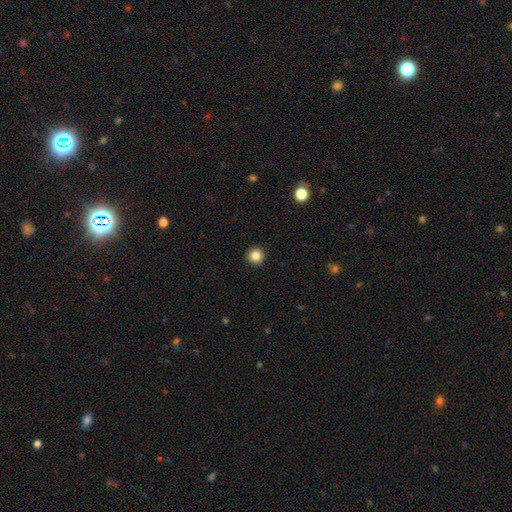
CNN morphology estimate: Q: Smooth or featured?
A: smooth (84%); runner-up: star or artifact (11%)
Q: How rounded?
A: round (95%); runner-up: in between (4%)
Q: Merging?
A: none (93%); runner-up: minor disturbance (4%)